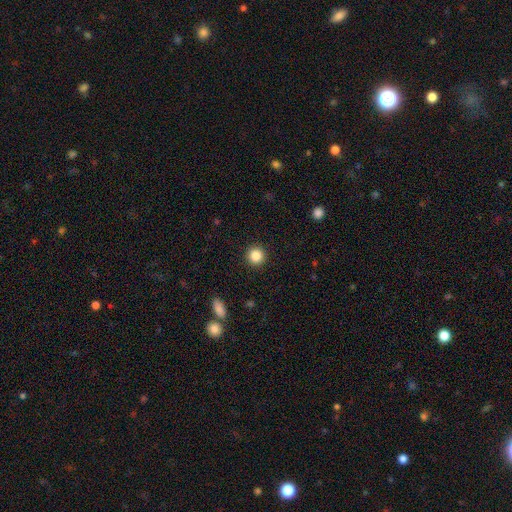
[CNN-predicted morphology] This appears to be a smooth galaxy with no disk features (86%) that is round (95%). Merging: none (93%).